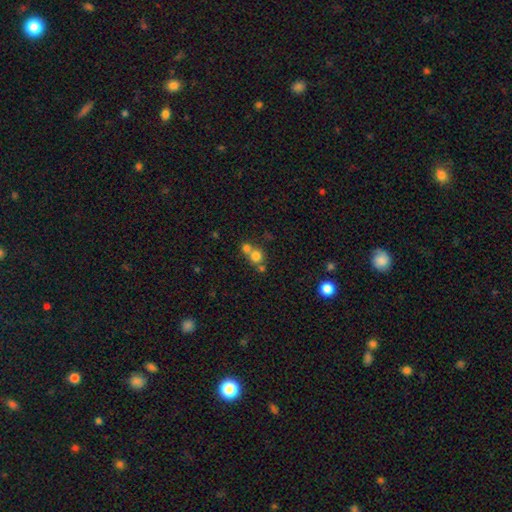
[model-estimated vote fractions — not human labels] Q: Smooth or featured?
A: smooth (75%); runner-up: star or artifact (14%)
Q: How rounded?
A: round (87%); runner-up: in between (12%)
Q: Merging?
A: merger (49%); runner-up: none (43%)